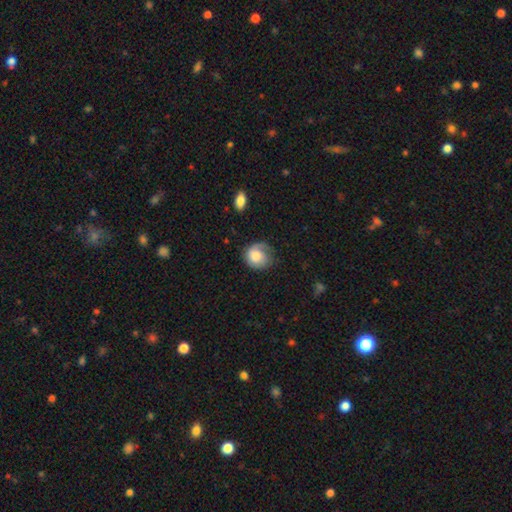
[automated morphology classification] Overall: smooth (61%; featured or disk 32%). How rounded: round (76%). Merging: none (54%; minor disturbance 28%).